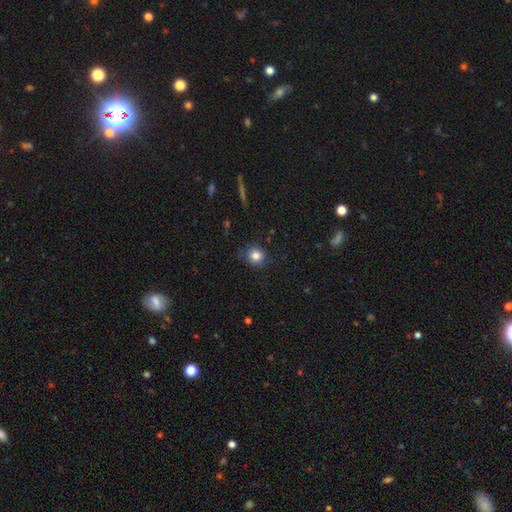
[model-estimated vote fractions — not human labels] smooth 82%, star or artifact 11%, featured or disk 7%. Down the decision tree: how rounded — round (82%); merging — none (82%).